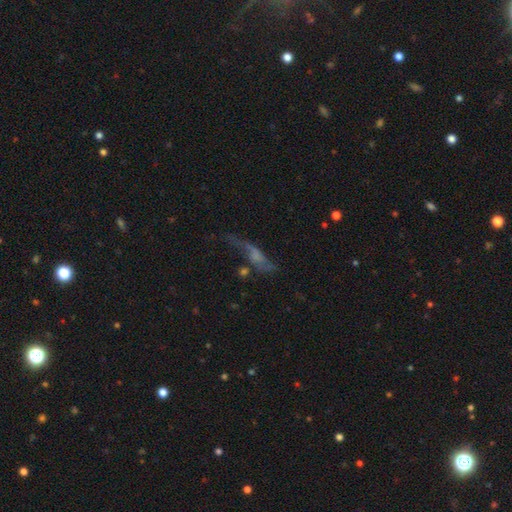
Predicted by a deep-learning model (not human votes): A featured or disk galaxy (54%).

Vote fractions:
- Smooth or featured? featured or disk: 54% / smooth: 29% / star or artifact: 17%
- Edge-on disk? no: 69% / yes: 31%
- Merging? none: 36% / major disturbance: 35% / minor disturbance: 20% / merger: 10%